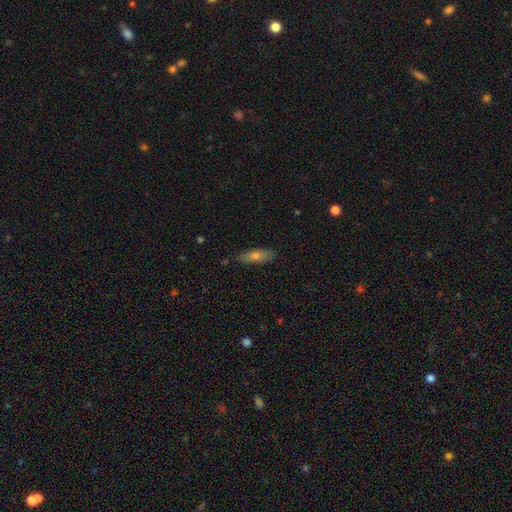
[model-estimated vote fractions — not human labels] This is likely a smooth galaxy (64%). How rounded: possibly cigar-shaped (54%). Merging: clearly none (85%).